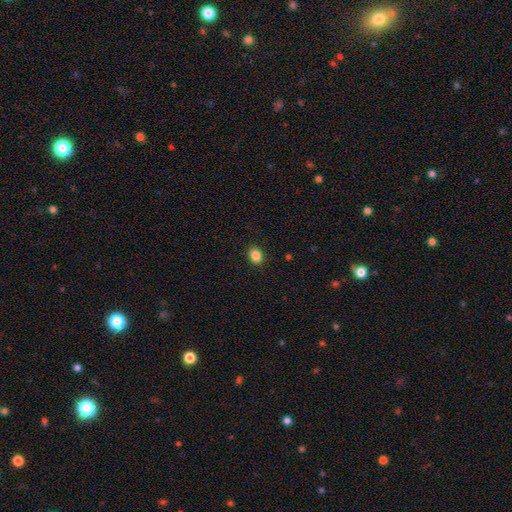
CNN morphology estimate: Overall: smooth (86%). How rounded: in between (53%; round 46%). Merging: none (91%).